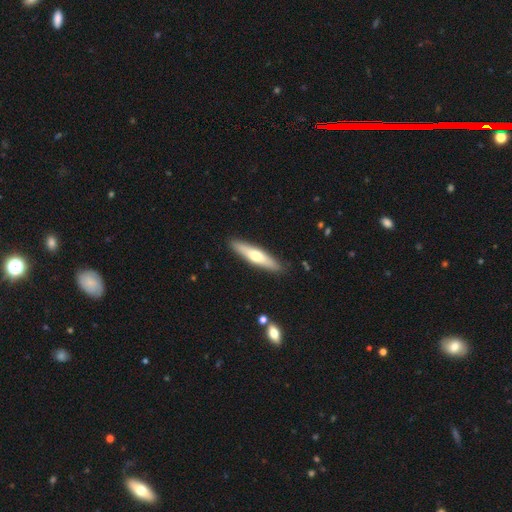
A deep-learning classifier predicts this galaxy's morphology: Smooth or featured? Predicted: smooth (p=0.50). Merging? Predicted: none (p=0.89).